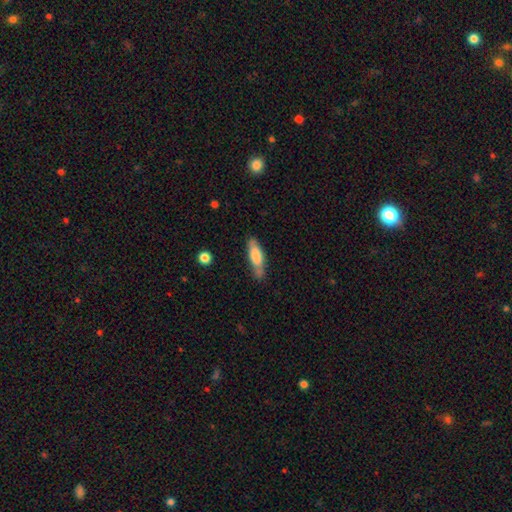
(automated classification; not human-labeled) This appears to be a smooth galaxy with no disk features (71%) that is in between round and cigar-shaped (49%, tied with cigar-shaped). Merging: none (65%).